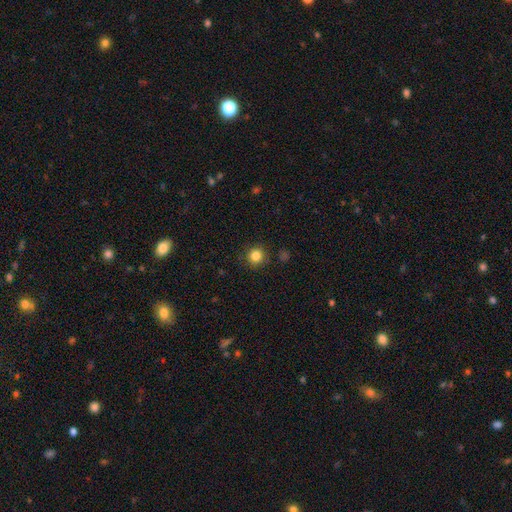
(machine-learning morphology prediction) Smooth or featured? smooth (84%)
How rounded? round (93%)
Merging? none (89%)